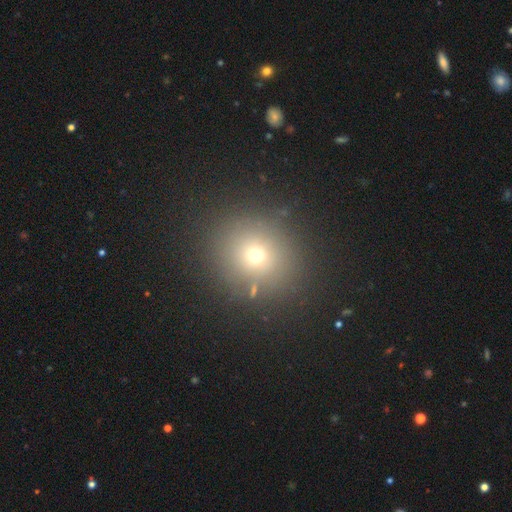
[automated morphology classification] Overall: smooth (65%; star or artifact 26%). How rounded: round (86%). Merging: none (88%).